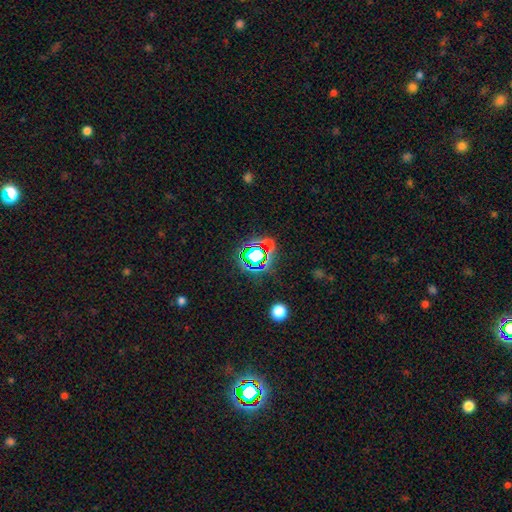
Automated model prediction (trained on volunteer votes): Smooth or featured?
  - star or artifact: 66% *
  - smooth: 23%
  - featured or disk: 11%